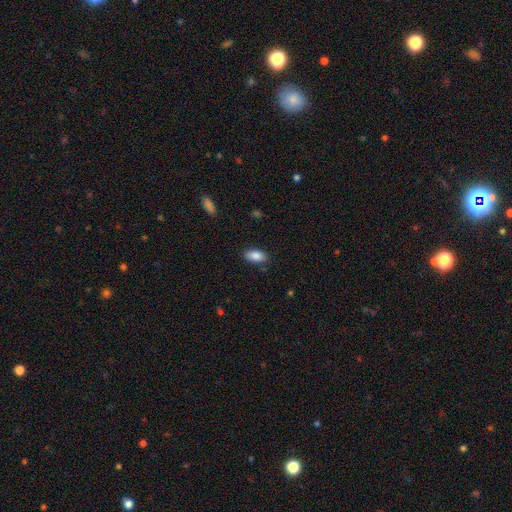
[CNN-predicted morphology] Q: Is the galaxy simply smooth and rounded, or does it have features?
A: smooth — 87%.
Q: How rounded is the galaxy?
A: in between — 92%.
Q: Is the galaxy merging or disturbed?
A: none — 84%.